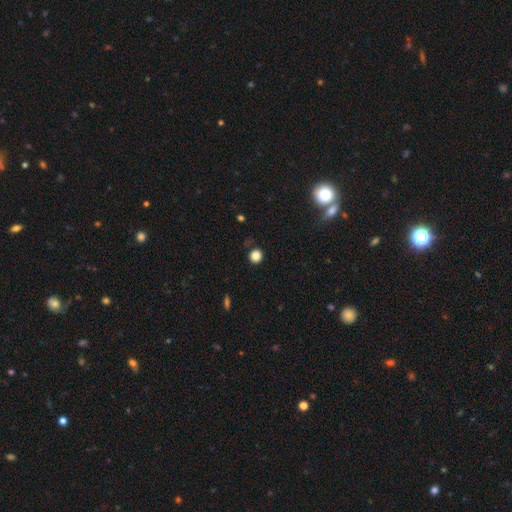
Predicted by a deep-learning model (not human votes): Morphology: type=smooth (83%); roundness=round (91%); merging=none (86%).